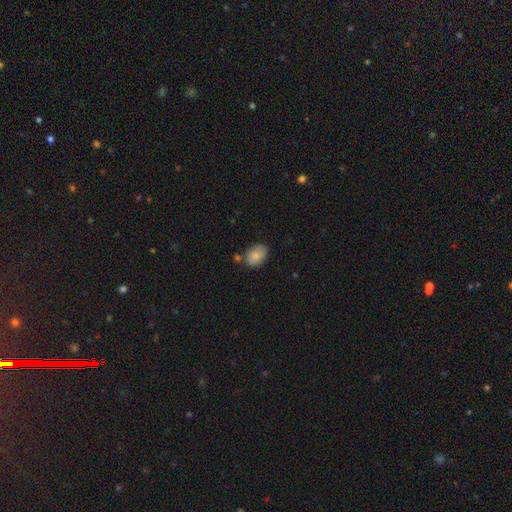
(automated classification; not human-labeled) Overall: smooth (83%). How rounded: in between (81%). Merging: none (66%).